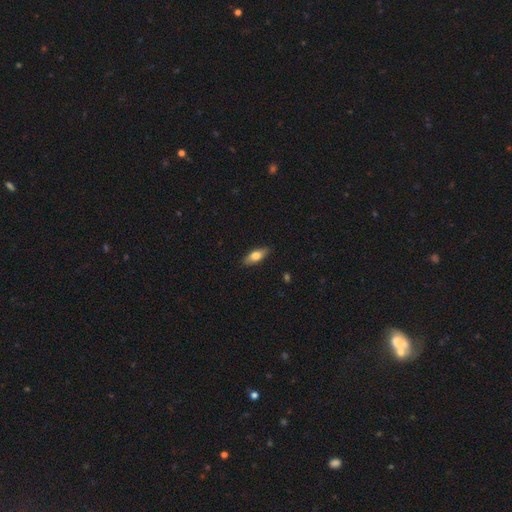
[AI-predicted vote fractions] Q: Smooth or featured?
A: smooth (71%); runner-up: featured or disk (23%)
Q: How rounded?
A: in between (74%); runner-up: cigar-shaped (24%)
Q: Merging?
A: none (87%); runner-up: minor disturbance (10%)